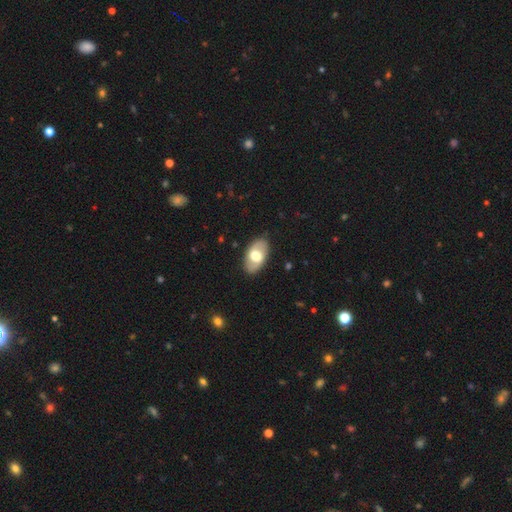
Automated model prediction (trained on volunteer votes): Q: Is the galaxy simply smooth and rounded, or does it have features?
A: smooth — 52%.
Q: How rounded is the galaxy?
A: in between — 93%.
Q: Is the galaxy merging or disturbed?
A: none — 86%.